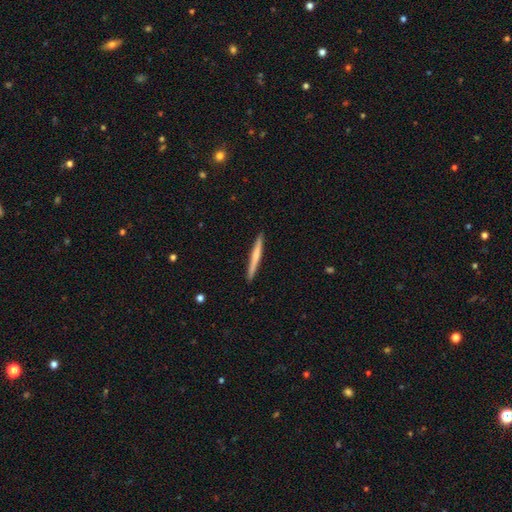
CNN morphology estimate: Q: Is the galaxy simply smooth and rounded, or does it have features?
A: smooth — 55%.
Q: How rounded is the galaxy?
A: cigar-shaped — 97%.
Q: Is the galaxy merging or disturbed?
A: none — 92%.